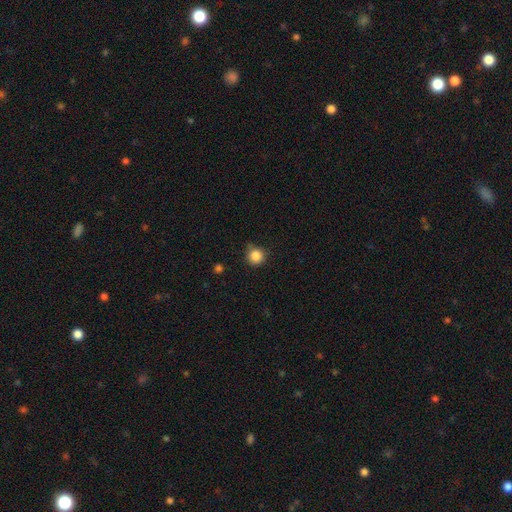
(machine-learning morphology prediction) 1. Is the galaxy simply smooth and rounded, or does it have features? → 85% smooth, 11% star or artifact, 4% featured or disk.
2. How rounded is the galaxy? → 93% round, 6% in between, 1% cigar-shaped.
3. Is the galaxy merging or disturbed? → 78% none, 17% minor disturbance, 3% major disturbance, 2% merger.